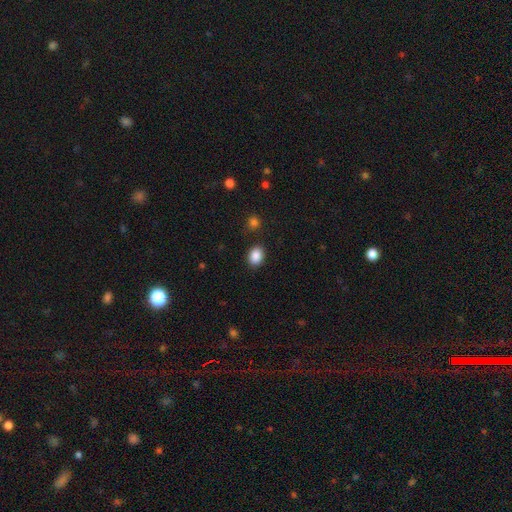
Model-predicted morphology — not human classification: Smooth or featured? Predicted: smooth (p=0.88). How rounded? Predicted: in between (p=0.64). Merging? Predicted: none (p=0.86).